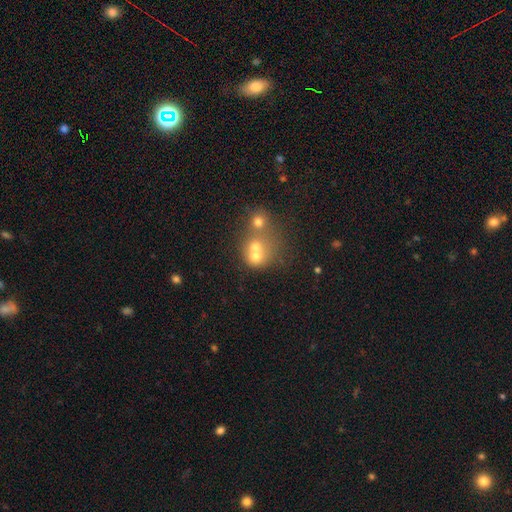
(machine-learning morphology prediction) Overall: smooth (63%). How rounded: round (73%). Merging: merger (61%; none 28%).